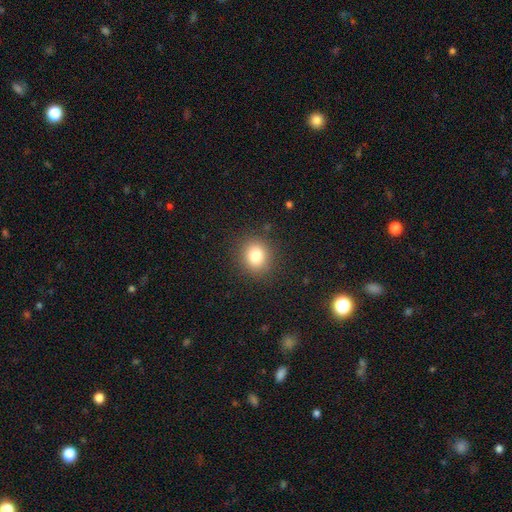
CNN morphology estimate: This is clearly a smooth galaxy (82%). How rounded: likely round (80%). Merging: clearly none (88%).